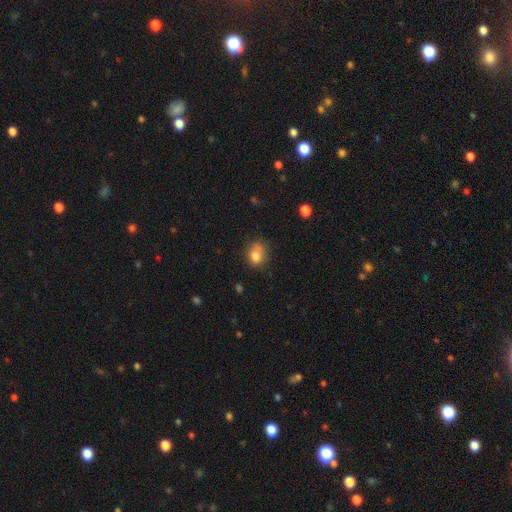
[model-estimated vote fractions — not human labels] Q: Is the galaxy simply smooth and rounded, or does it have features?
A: smooth — 78%.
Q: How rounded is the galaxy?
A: round — 50%.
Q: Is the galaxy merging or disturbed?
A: none — 49%.